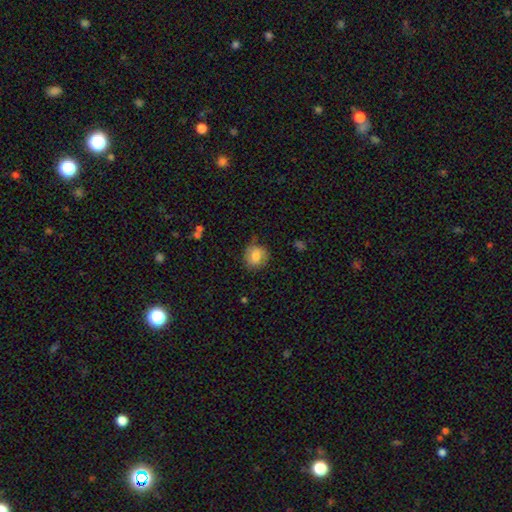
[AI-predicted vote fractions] Smooth or featured?
  - smooth: 76% *
  - featured or disk: 15%
  - star or artifact: 8%
How rounded?
  - round: 80% *
  - in between: 19%
  - cigar-shaped: 1%
Merging?
  - none: 72% *
  - minor disturbance: 21%
  - major disturbance: 5%
  - merger: 2%